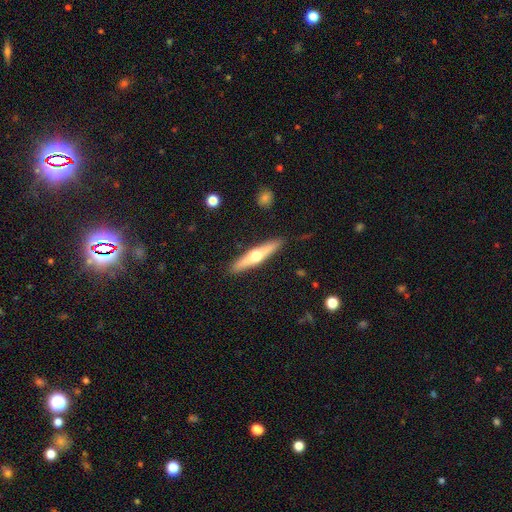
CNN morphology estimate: type=featured or disk (56%); edge-on=yes (94%); edge-on bulge=rounded (93%); merging=none (89%).